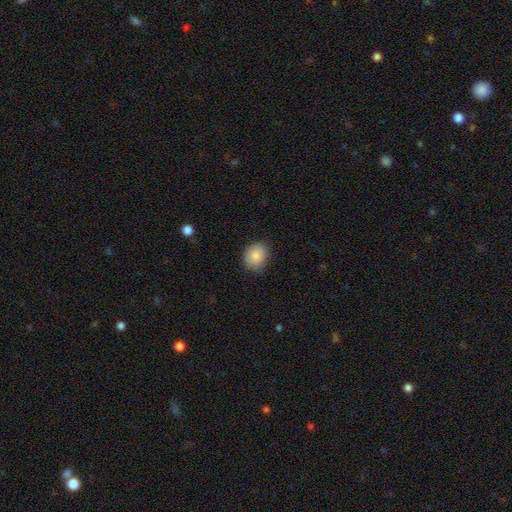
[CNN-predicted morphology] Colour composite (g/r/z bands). It shows a smooth galaxy with no disk features (87%) that is round (60%). Merging: none (79%).